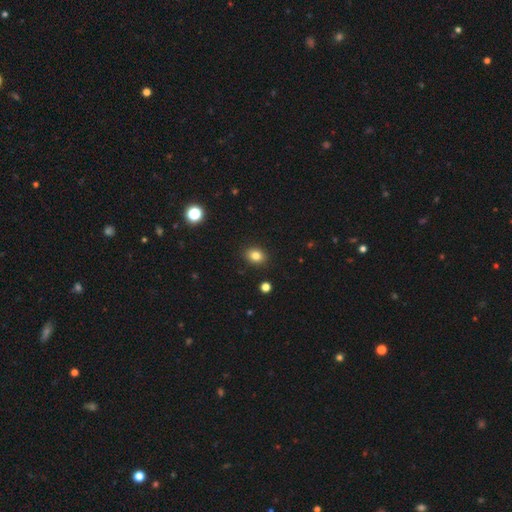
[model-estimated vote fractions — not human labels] A smooth galaxy with no disk features (82%) that is in between round and cigar-shaped (55%).

Vote fractions:
- Smooth or featured? smooth: 82% / star or artifact: 11% / featured or disk: 7%
- How rounded? in between: 55% / round: 44% / cigar-shaped: 1%
- Merging? none: 90% / minor disturbance: 7% / major disturbance: 2% / merger: 1%